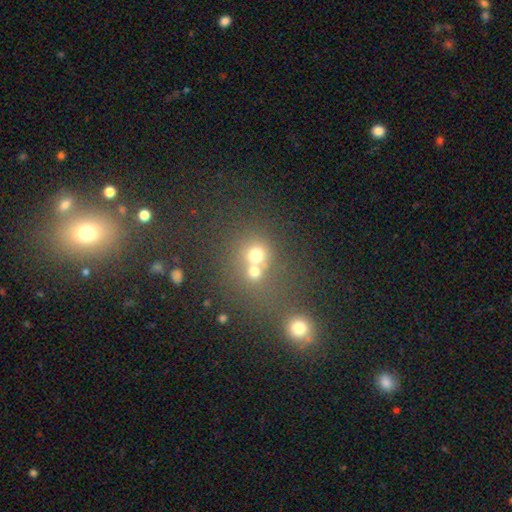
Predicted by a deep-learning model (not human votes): A smooth galaxy with no disk features (64%) that is round (81%).

Vote fractions:
- Smooth or featured? smooth: 64% / star or artifact: 21% / featured or disk: 15%
- How rounded? round: 81% / in between: 18% / cigar-shaped: 1%
- Merging? merger: 52% / none: 37% / minor disturbance: 7% / major disturbance: 5%